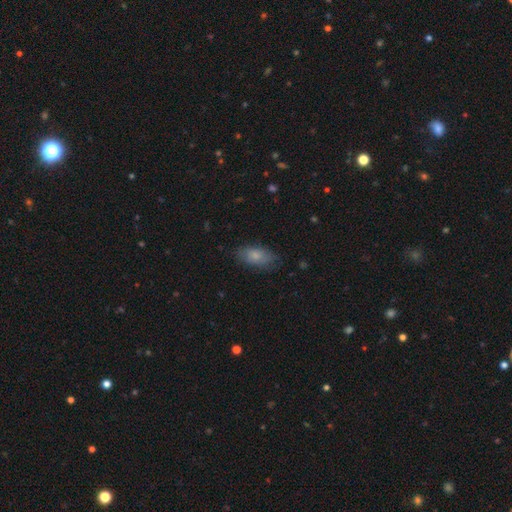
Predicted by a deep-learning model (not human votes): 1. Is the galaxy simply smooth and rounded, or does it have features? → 77% smooth, 16% featured or disk, 7% star or artifact.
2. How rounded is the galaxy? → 89% in between, 7% cigar-shaped, 4% round.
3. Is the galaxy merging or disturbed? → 73% none, 20% minor disturbance, 5% major disturbance, 1% merger.